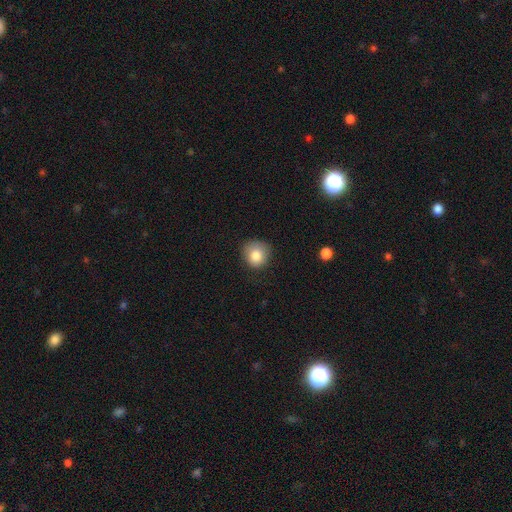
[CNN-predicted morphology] Smooth or featured? Predicted: smooth (p=0.83). How rounded? Predicted: round (p=0.86). Merging? Predicted: none (p=0.71).